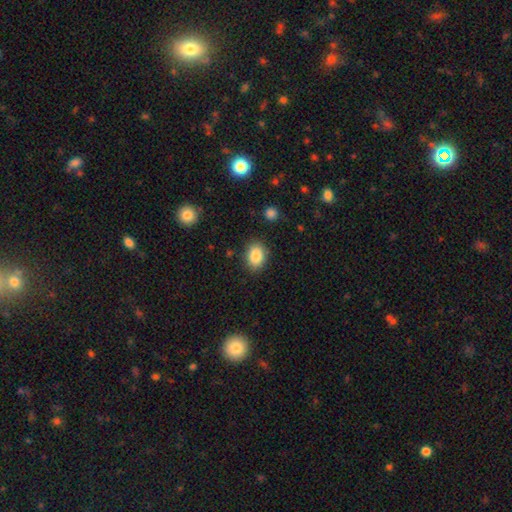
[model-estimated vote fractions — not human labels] smooth 86%, star or artifact 9%, featured or disk 5%. Down the decision tree: how rounded — in between (69%); merging — none (85%).